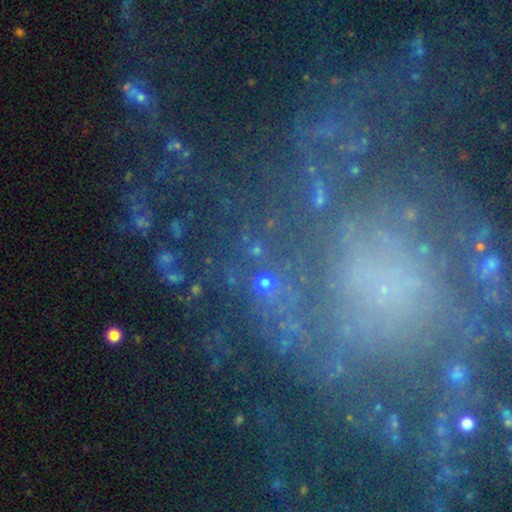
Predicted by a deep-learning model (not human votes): Q: Smooth or featured?
A: featured or disk (54%); runner-up: star or artifact (29%)
Q: Edge-on disk?
A: no (96%); runner-up: yes (4%)
Q: Bar?
A: no (72%); runner-up: weak (18%)
Q: Spiral arms?
A: yes (70%); runner-up: no (30%)
Q: Bulge size?
A: small (56%); runner-up: none (24%)
Q: Merging?
A: none (61%); runner-up: major disturbance (19%)